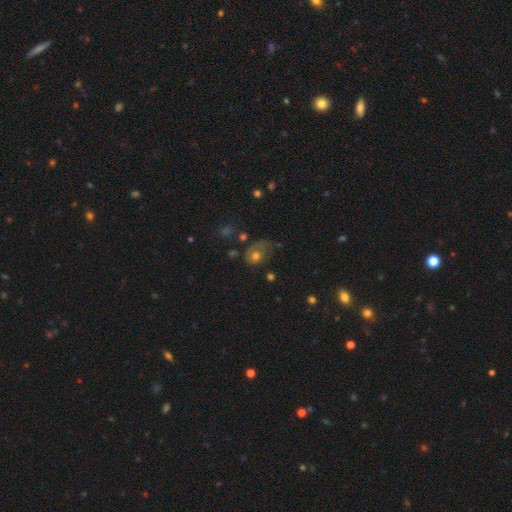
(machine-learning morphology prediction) smooth-or-featured: smooth: 59% | featured or disk: 29% | star or artifact: 12%
  how-rounded: in between: 51% | round: 48% | cigar-shaped: 1%
  merging: major disturbance: 37% | none: 30% | minor disturbance: 27% | merger: 5%